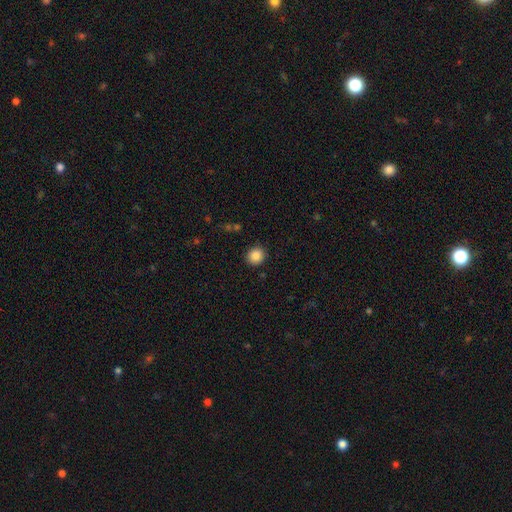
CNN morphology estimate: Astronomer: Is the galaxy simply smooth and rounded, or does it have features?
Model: smooth — 87%.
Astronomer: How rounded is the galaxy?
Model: round — 88%.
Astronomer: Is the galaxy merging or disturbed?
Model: none — 89%.